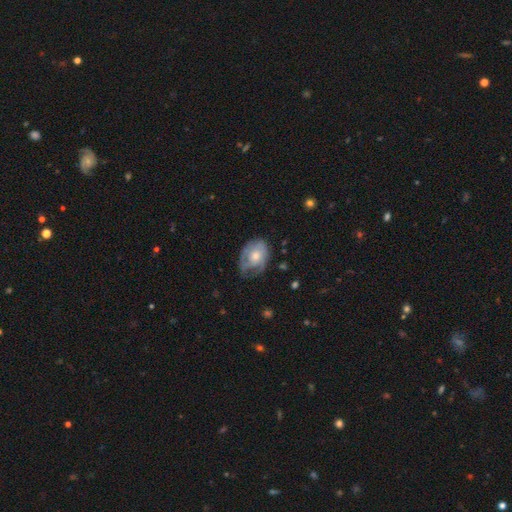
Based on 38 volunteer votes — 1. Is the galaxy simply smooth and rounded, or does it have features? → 66% featured or disk, 29% smooth, 5% star or artifact.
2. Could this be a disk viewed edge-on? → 92% no, 8% yes.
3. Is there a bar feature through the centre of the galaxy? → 57% no, 39% weak, 4% strong.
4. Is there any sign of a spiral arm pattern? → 74% yes, 26% no.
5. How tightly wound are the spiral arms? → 53% tight, 47% medium, 0% loose.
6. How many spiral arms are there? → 41% 2 (tied), 41% can't tell (tied), 18% 3, 0% 1, 0% 4, 0% more than 4.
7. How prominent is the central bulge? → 48% moderate, 43% small, 9% large, 0% dominant, 0% none.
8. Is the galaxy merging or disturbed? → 58% none, 28% minor disturbance, 14% major disturbance, 0% merger.